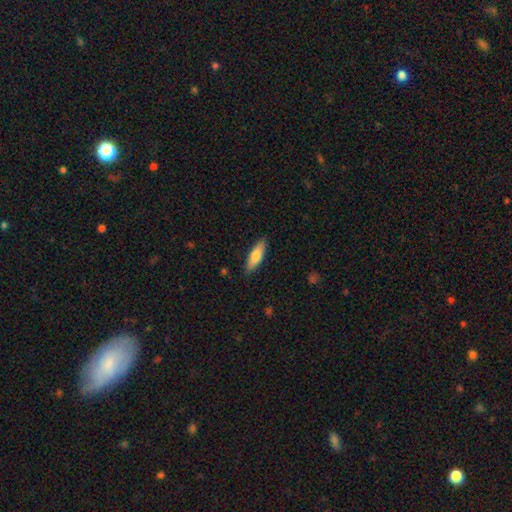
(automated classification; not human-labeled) Q: Smooth or featured?
A: smooth (74%); runner-up: featured or disk (20%)
Q: How rounded?
A: in between (49%); tied with: cigar-shaped (49%)
Q: Merging?
A: none (87%); runner-up: minor disturbance (10%)